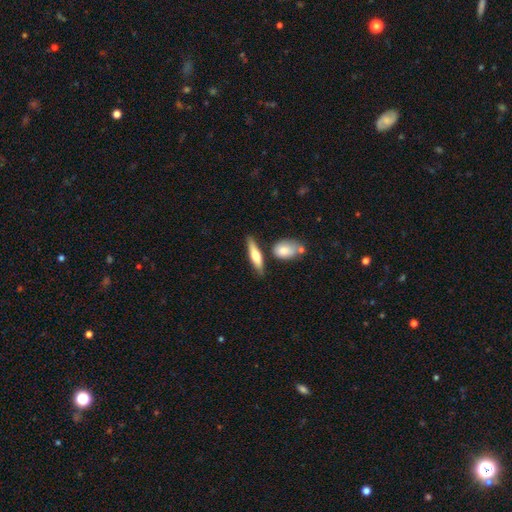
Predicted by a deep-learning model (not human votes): A smooth galaxy with no disk features (60%) that is cigar-shaped (67%).

Vote fractions:
- Smooth or featured? smooth: 60% / featured or disk: 35% / star or artifact: 5%
- How rounded? cigar-shaped: 67% / in between: 30% / round: 3%
- Merging? none: 70% / minor disturbance: 14% / merger: 13% / major disturbance: 4%